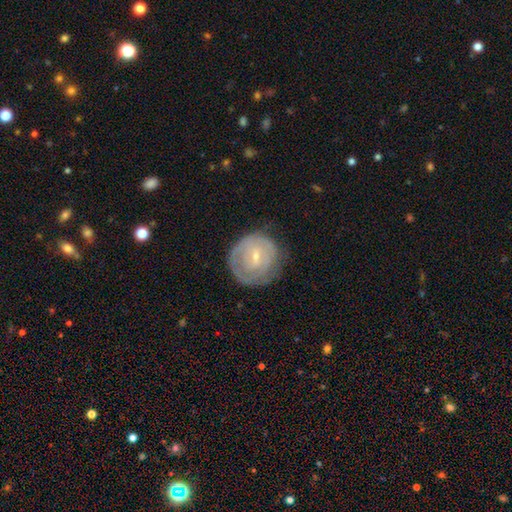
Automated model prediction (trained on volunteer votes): Smooth or featured: featured or disk — 65% (smooth — 29%)
Edge-on disk: no — 97% (yes — 3%)
Bar: weak — 52% (no — 34%)
Spiral arms: yes — 71% (no — 29%)
Bulge size: small — 71% (moderate — 23%)
Merging: none — 67% (minor disturbance — 21%)